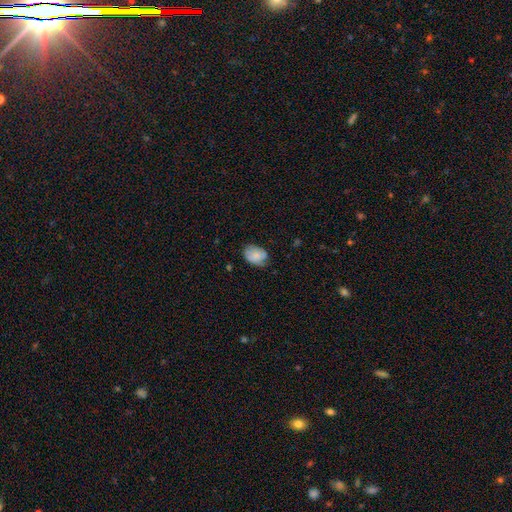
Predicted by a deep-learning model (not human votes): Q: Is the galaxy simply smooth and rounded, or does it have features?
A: smooth — 74%.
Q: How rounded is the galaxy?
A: in between — 76%.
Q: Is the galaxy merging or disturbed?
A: none — 58%.